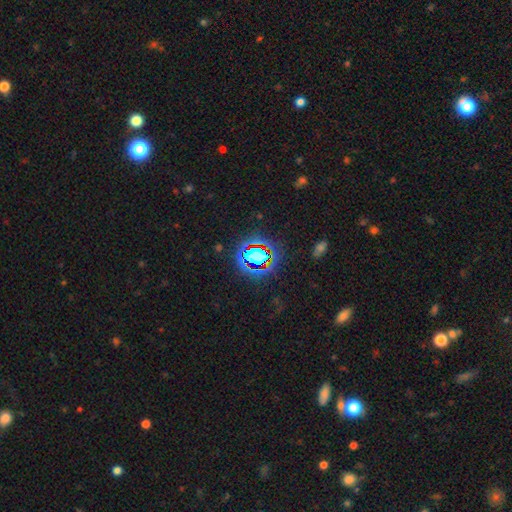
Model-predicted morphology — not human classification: Overall: star or artifact (60%; smooth 26%).